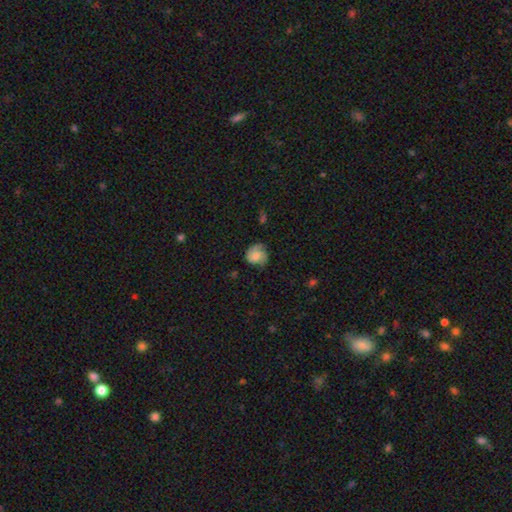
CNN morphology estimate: Smooth or featured?
  - featured or disk: 50% *
  - smooth: 42%
  - star or artifact: 8%
Merging?
  - none: 64% *
  - minor disturbance: 25%
  - major disturbance: 10%
  - merger: 2%